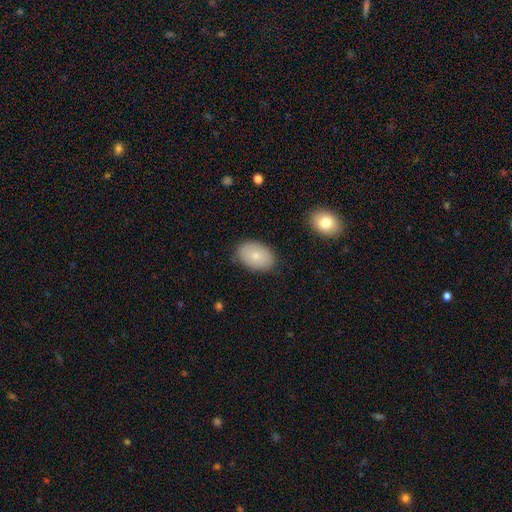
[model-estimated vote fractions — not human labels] This is likely a smooth galaxy (79%). How rounded: clearly in between (87%). Merging: clearly none (84%).